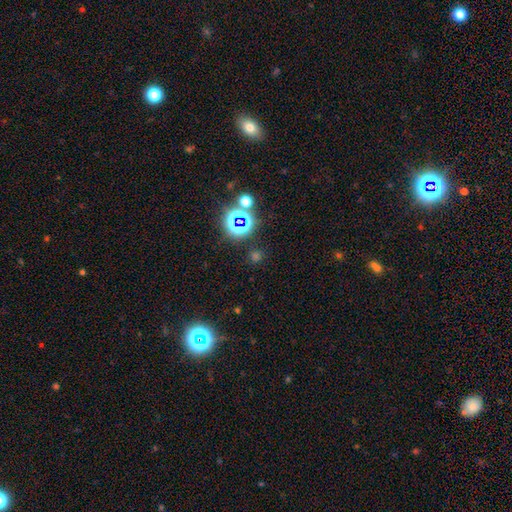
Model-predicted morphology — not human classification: Smooth or featured? Predicted: star or artifact (p=0.61).